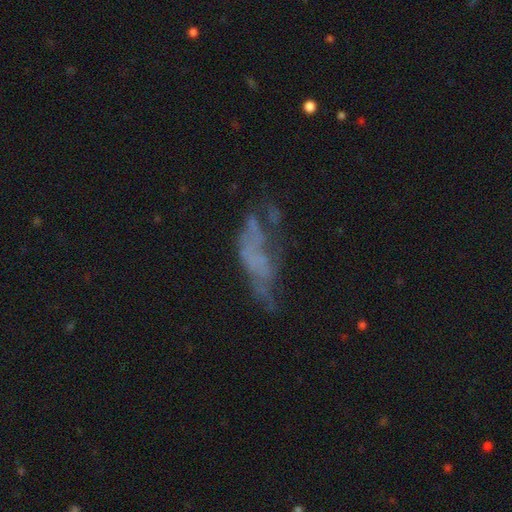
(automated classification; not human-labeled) Overall: featured or disk (53%; smooth 28%). Edge-on disk: no (89%). Merging: major disturbance (38%; none 31%).